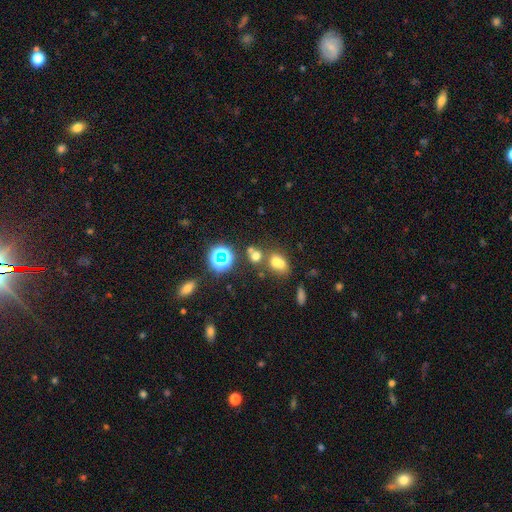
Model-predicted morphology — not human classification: A smooth galaxy with no disk features (57%) that is round (66%).

Vote fractions:
- Smooth or featured? smooth: 57% / star or artifact: 30% / featured or disk: 12%
- How rounded? round: 66% / in between: 32% / cigar-shaped: 2%
- Merging? none: 46% / merger: 41% / minor disturbance: 8% / major disturbance: 5%